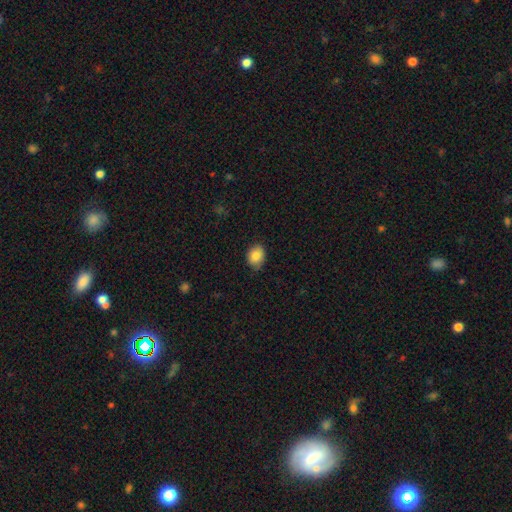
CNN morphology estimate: Q: Smooth or featured?
A: smooth (84%); runner-up: star or artifact (8%)
Q: How rounded?
A: in between (57%); runner-up: round (42%)
Q: Merging?
A: none (77%); runner-up: minor disturbance (19%)